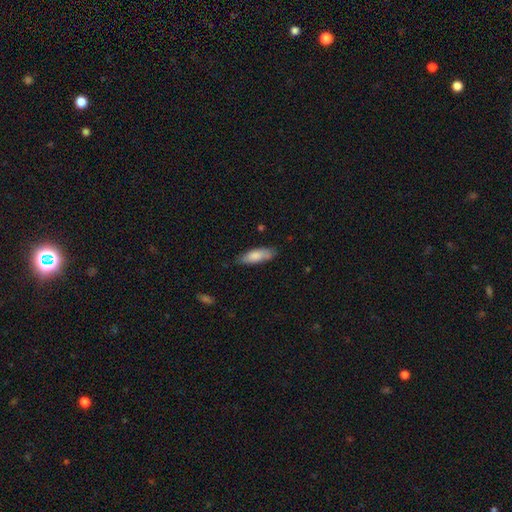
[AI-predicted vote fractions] The model was most divided on "how rounded": in between: 60%, cigar-shaped: 38%, round: 2%. More confident: smooth or featured — smooth (80%); merging — none (73%).